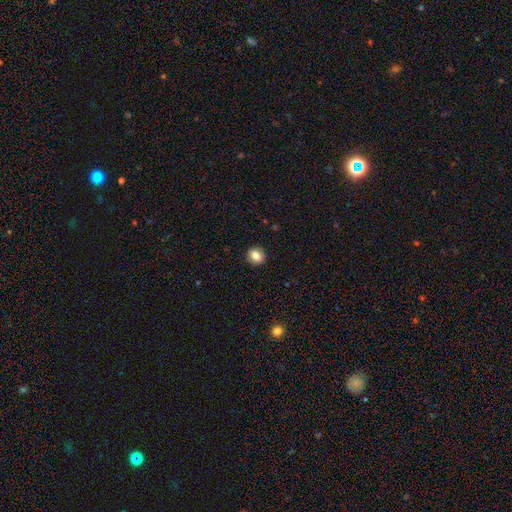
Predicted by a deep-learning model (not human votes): A smooth galaxy with no disk features (84%) that is round (83%). Merging: none (92%).